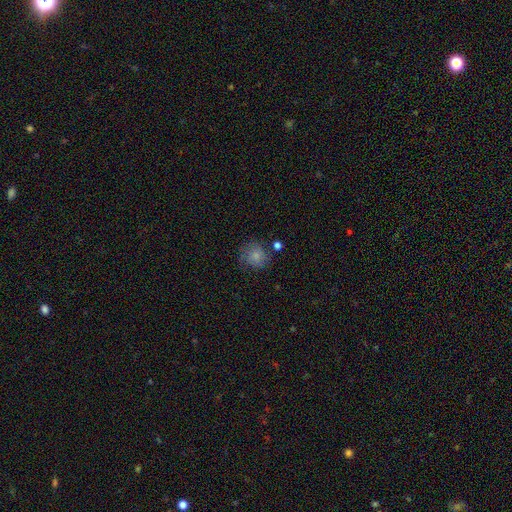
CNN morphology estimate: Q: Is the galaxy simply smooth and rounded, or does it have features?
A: smooth — 79%.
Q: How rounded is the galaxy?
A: round — 85%.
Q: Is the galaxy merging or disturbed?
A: none — 66%.